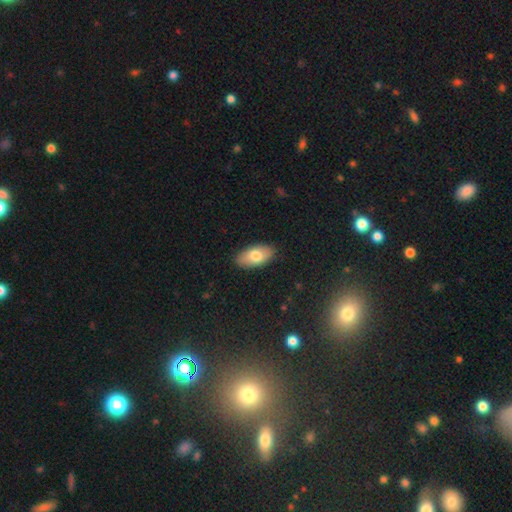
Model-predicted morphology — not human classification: type=smooth (76%); roundness=in between (93%); merging=none (88%).